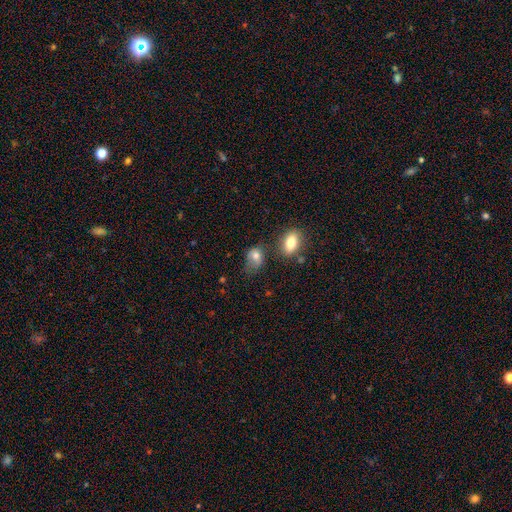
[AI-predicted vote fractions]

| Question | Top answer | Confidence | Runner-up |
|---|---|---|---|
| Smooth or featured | smooth | 76% | featured or disk (13%) |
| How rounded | in between | 69% | round (30%) |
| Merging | none | 36% | minor disturbance (31%) |